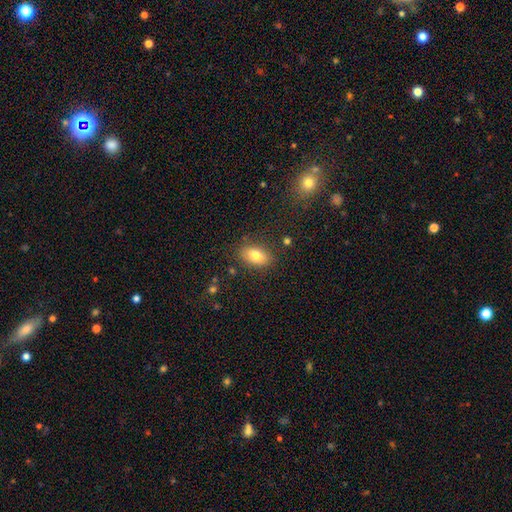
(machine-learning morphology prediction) A smooth galaxy with no disk features (78%) that is in between round and cigar-shaped (88%). Merging: none (82%).